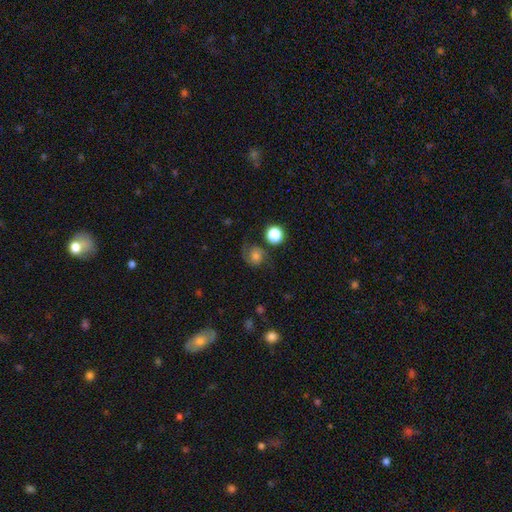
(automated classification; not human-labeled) This is possibly a smooth galaxy (49%). Merging: possibly none (58%).